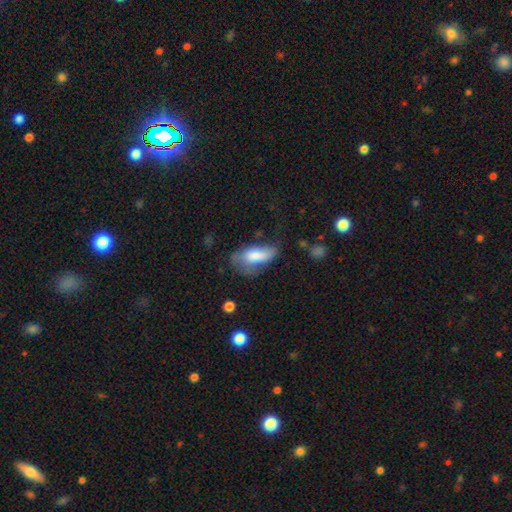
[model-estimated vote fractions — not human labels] A smooth galaxy with no disk features (72%) that is in between round and cigar-shaped (87%). Merging: none (37%).